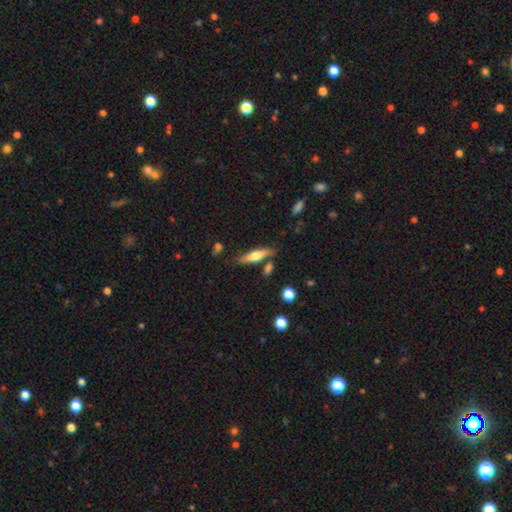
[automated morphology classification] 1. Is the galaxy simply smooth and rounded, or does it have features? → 53% smooth, 41% featured or disk, 7% star or artifact.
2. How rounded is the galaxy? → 69% cigar-shaped, 29% in between, 2% round.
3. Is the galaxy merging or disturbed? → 72% none, 14% minor disturbance, 10% merger, 4% major disturbance.